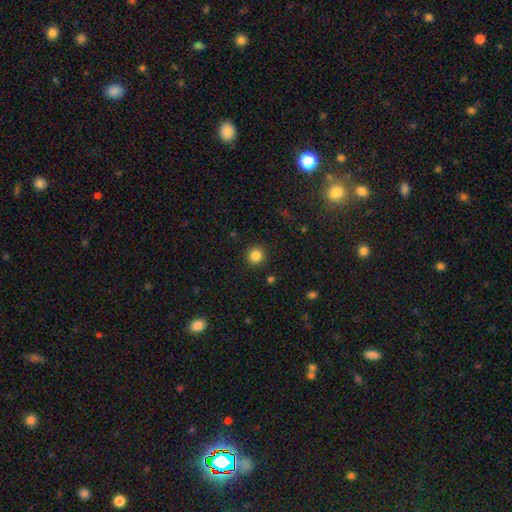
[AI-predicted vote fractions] A smooth galaxy with no disk features (85%) that is round (94%). Merging: none (92%).